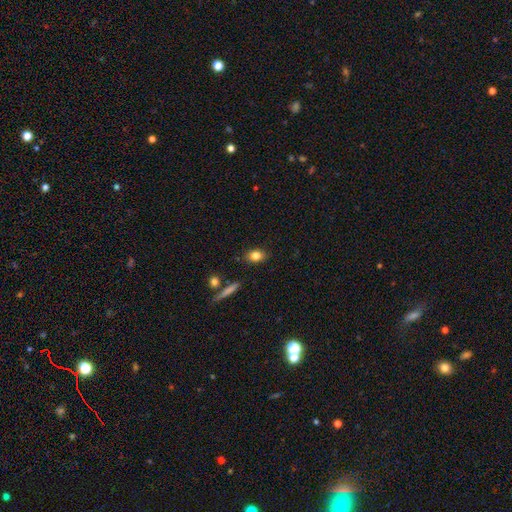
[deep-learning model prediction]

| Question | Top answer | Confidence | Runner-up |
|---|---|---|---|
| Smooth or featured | smooth | 82% | star or artifact (9%) |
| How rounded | in between | 68% | round (28%) |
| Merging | none | 85% | minor disturbance (10%) |